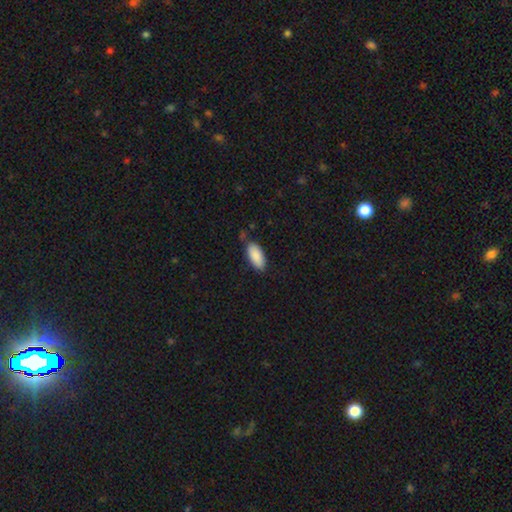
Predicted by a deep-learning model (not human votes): smooth_or_featured: smooth (p=0.89) [alt: star or artifact p=0.06]
how_rounded: in between (p=0.89) [alt: cigar-shaped p=0.09]
merging: none (p=0.77) [alt: minor disturbance p=0.17]